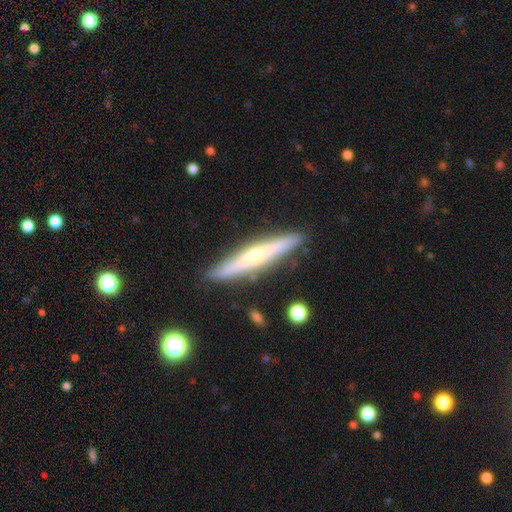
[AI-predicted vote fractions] This appears to be a featured or disk galaxy (62%) viewed edge-on (95%) with a rounded central bulge (79%). Merging: none (89%).